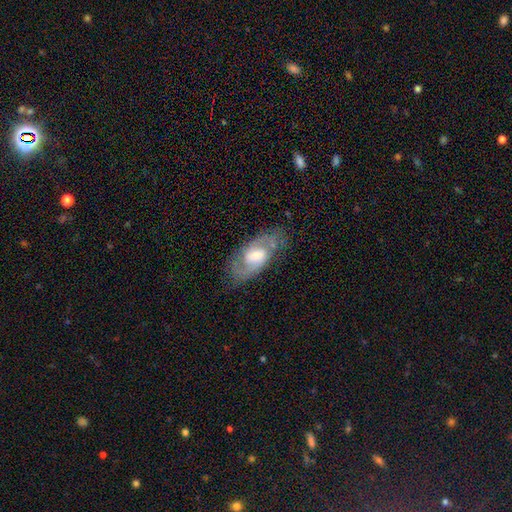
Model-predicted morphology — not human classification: type=featured or disk (76%); edge-on=no (93%); bar=weak (52%); spiral arms=yes (88%); winding=medium (50%); arm count=2 (81%); bulge=moderate (56%); merging=none (75%).